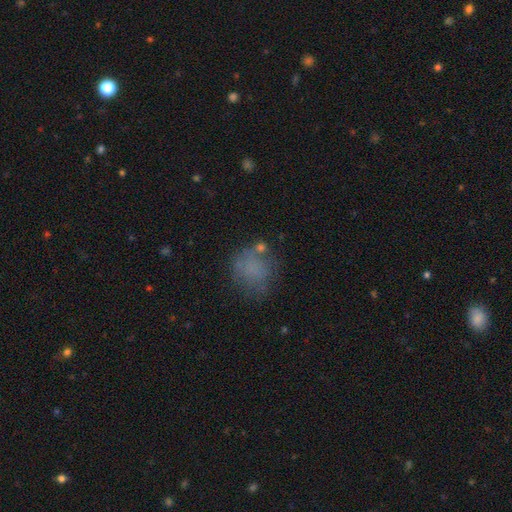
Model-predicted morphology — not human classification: Smooth or featured? Predicted: smooth (p=0.66). How rounded? Predicted: round (p=0.74). Merging? Predicted: none (p=0.56).